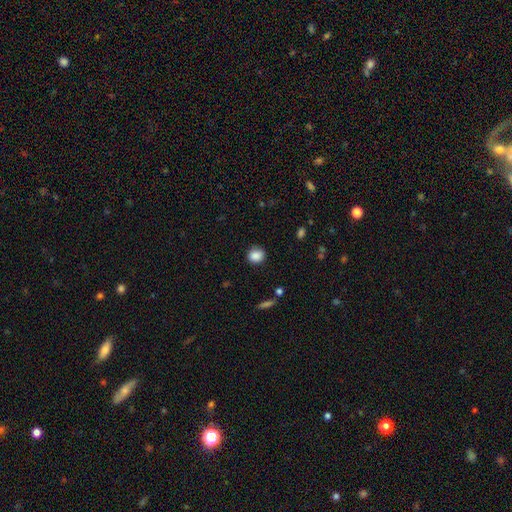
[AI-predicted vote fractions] smooth 87%, star or artifact 9%, featured or disk 4%. Down the decision tree: how rounded — round (69%); merging — none (84%).